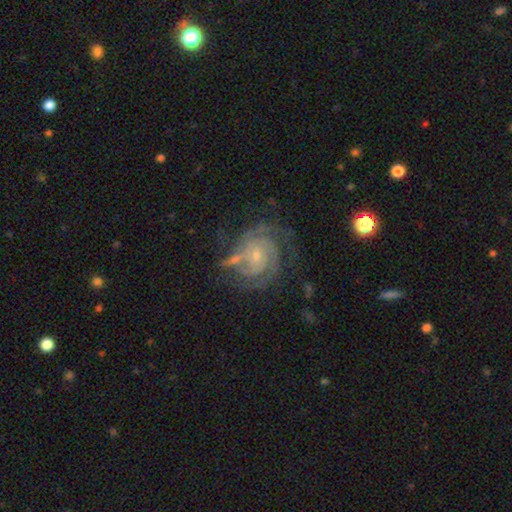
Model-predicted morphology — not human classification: featured or disk 89%, smooth 6%, star or artifact 6%. Down the decision tree: edge-on disk — no (98%); bar — no (60%); spiral arms — yes (97%); spiral arm count — 3 (32%); spiral winding — tight (69%); bulge size — small (69%); merging — none (59%).